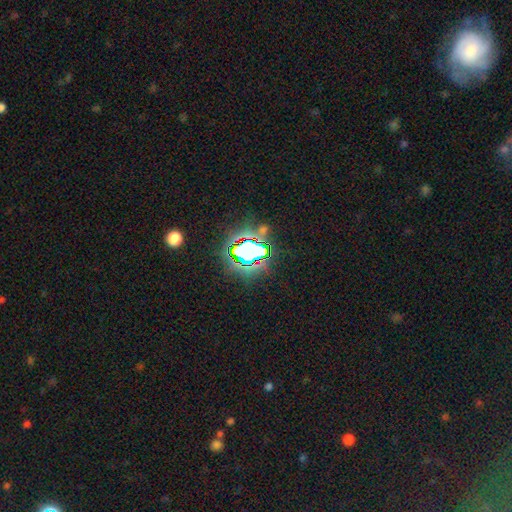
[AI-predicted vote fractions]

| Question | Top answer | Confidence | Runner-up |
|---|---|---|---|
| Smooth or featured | star or artifact | 73% | smooth (16%) |